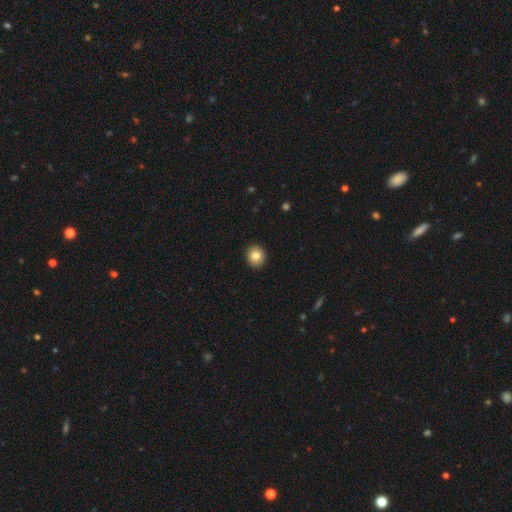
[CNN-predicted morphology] smooth_or_featured: smooth (p=0.81) [alt: featured or disk p=0.10]
how_rounded: round (p=0.80) [alt: in between p=0.19]
merging: none (p=0.92) [alt: minor disturbance p=0.06]